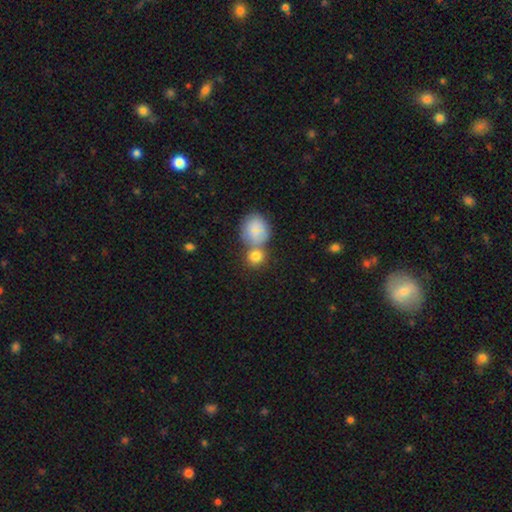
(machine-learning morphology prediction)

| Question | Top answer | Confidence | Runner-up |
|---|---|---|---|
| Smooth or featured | smooth | 84% | star or artifact (9%) |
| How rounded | round | 78% | in between (21%) |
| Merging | none | 48% | merger (39%) |